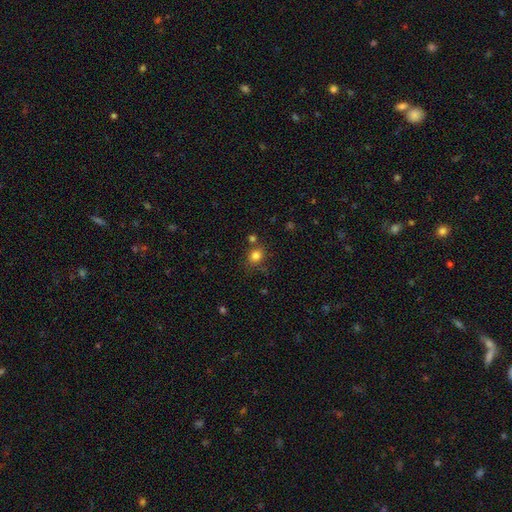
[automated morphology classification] smooth-or-featured: smooth: 81% | star or artifact: 13% | featured or disk: 6%
  how-rounded: round: 71% | in between: 28% | cigar-shaped: 1%
  merging: none: 71% | minor disturbance: 14% | merger: 11% | major disturbance: 5%